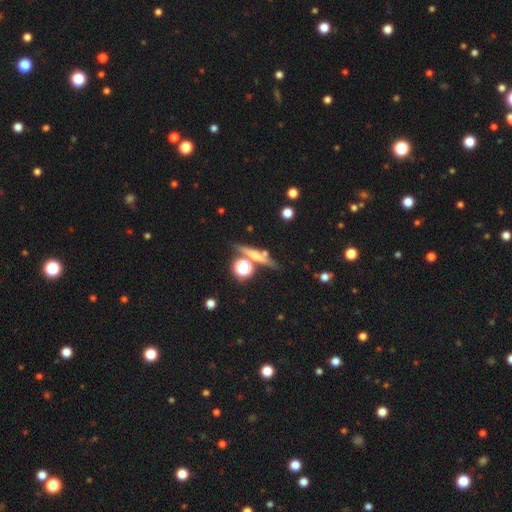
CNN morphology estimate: featured or disk 43% (tied), smooth 43% (tied), star or artifact 14%. Down the decision tree: merging — none (73%).